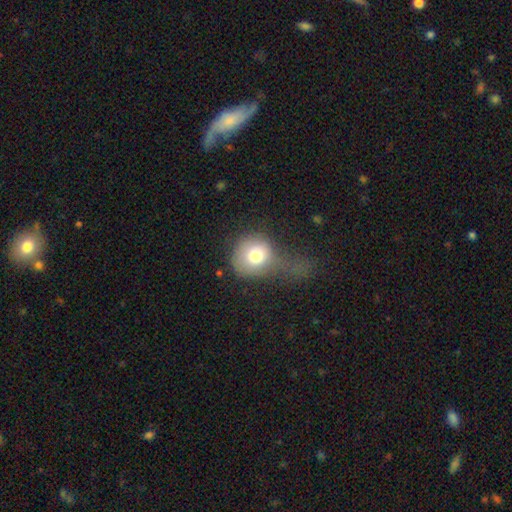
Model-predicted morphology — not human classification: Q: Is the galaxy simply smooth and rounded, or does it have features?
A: smooth — 75%.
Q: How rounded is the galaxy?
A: round — 84%.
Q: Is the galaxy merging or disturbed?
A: major disturbance — 44%.